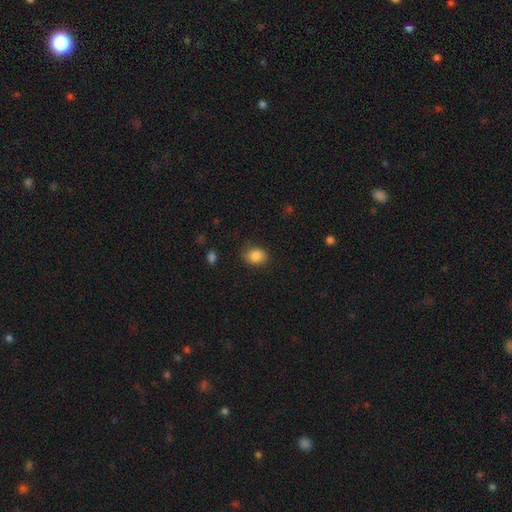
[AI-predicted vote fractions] The model was most divided on "how rounded": in between: 51%, round: 48%, cigar-shaped: 1%. More confident: smooth or featured — smooth (87%); merging — none (78%).